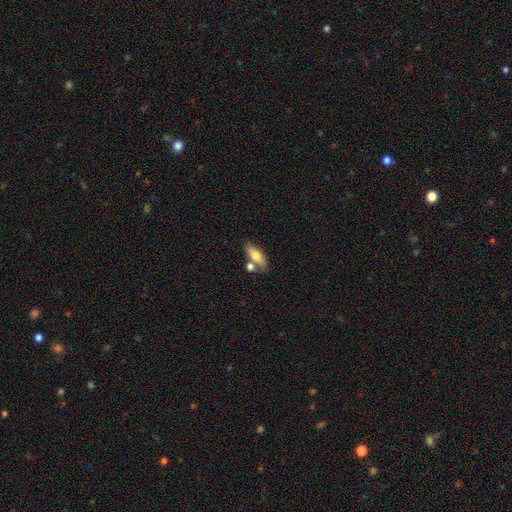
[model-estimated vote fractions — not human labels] A smooth galaxy with no disk features (73%) that is in between round and cigar-shaped (74%).

Vote fractions:
- Smooth or featured? smooth: 73% / featured or disk: 21% / star or artifact: 6%
- How rounded? in between: 74% / cigar-shaped: 22% / round: 3%
- Merging? none: 59% / merger: 23% / minor disturbance: 14% / major disturbance: 4%